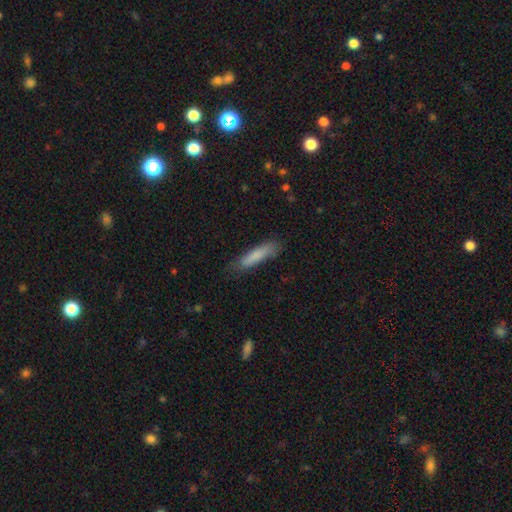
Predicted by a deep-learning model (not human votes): smooth-or-featured: smooth: 81% | featured or disk: 13% | star or artifact: 6%
  how-rounded: cigar-shaped: 83% | in between: 16% | round: 1%
  merging: none: 76% | minor disturbance: 19% | major disturbance: 4% | merger: 1%